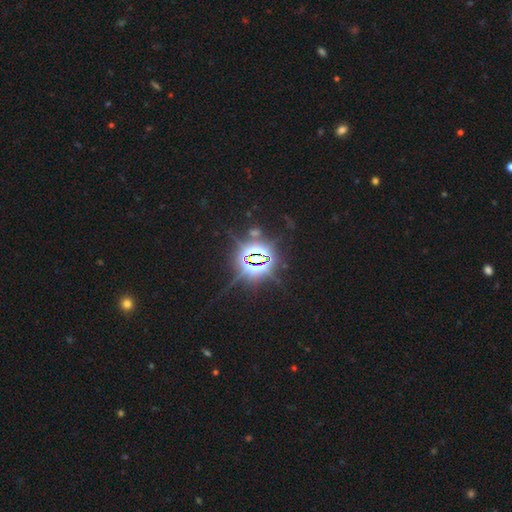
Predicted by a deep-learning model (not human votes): Smooth or featured? Predicted: star or artifact (p=0.86).